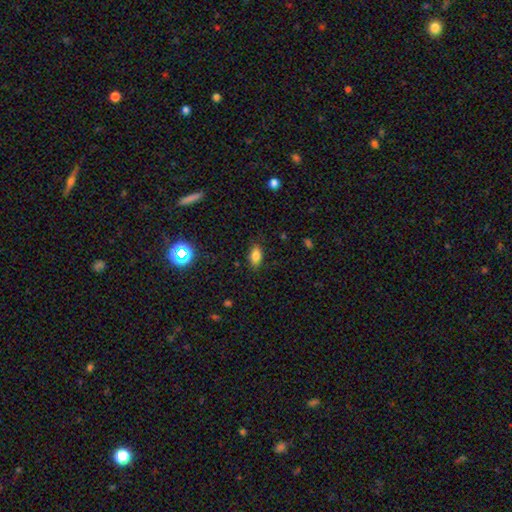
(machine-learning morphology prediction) Smooth or featured? smooth (81%)
How rounded? in between (86%)
Merging? none (84%)